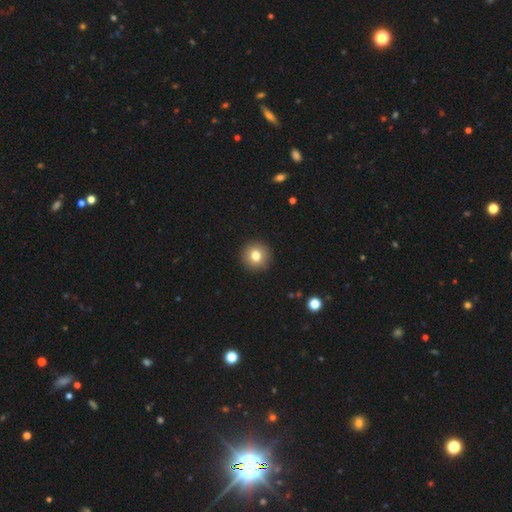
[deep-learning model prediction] This is likely a smooth galaxy (79%). How rounded: clearly round (96%). Merging: clearly none (93%).